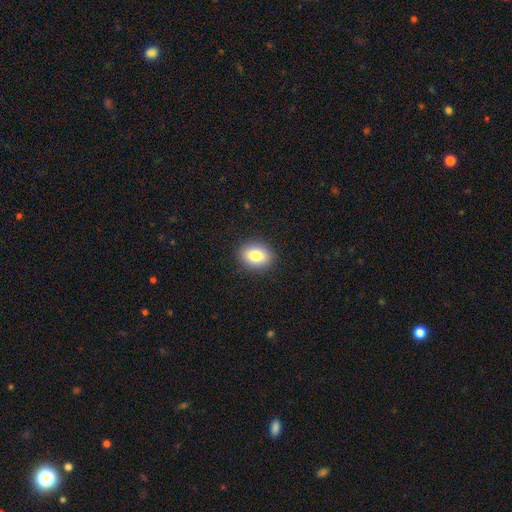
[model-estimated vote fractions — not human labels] This is clearly a smooth galaxy (81%). How rounded: possibly in between (53%). Merging: clearly none (90%).